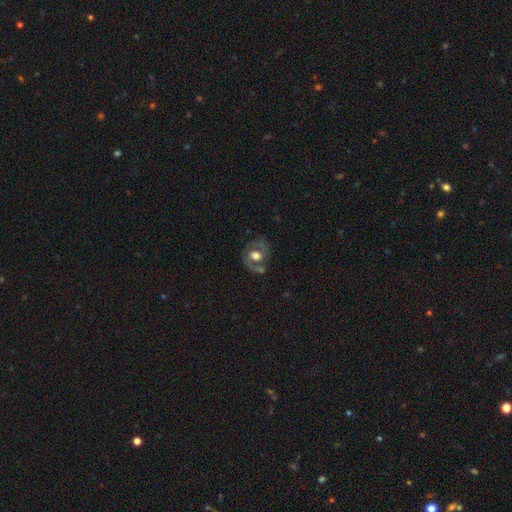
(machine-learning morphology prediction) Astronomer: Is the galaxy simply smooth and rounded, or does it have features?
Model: featured or disk — 64%.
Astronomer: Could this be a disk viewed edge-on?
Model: no — 96%.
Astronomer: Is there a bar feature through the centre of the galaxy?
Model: no — 60%.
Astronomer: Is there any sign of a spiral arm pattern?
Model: yes — 67%.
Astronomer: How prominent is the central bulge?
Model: moderate — 46% (runner-up: large, 43%).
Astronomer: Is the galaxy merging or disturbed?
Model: none — 63%.